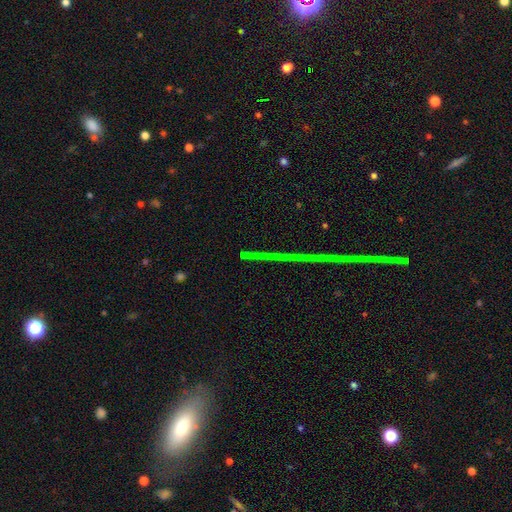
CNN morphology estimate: A star or artifact, not a galaxy (79%).

Vote fractions:
- Smooth or featured? star or artifact: 79% / featured or disk: 13% / smooth: 8%